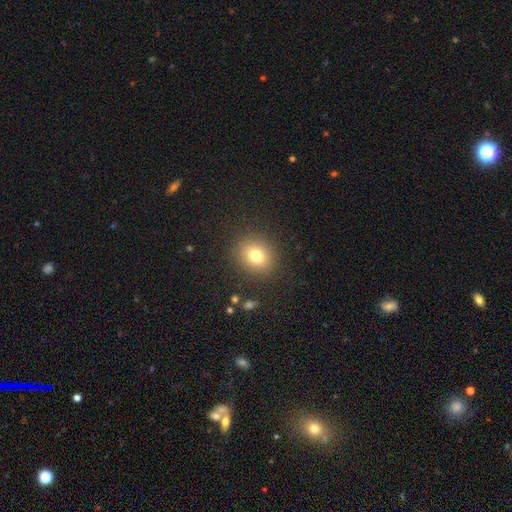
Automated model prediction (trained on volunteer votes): Overall: smooth (77%). How rounded: round (70%). Merging: none (88%).